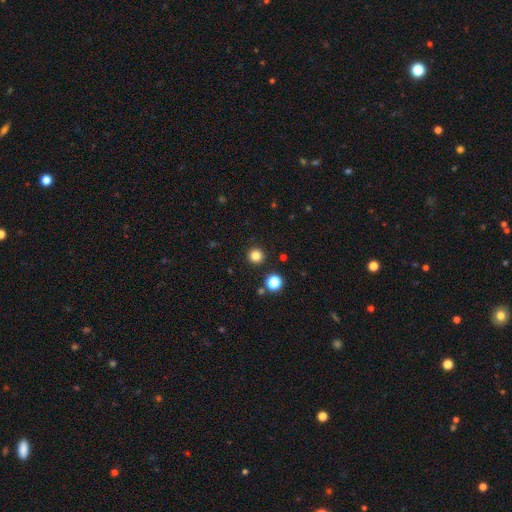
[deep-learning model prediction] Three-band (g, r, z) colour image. It shows a smooth galaxy with no disk features (83%) that is round (96%). Merging: none (92%).